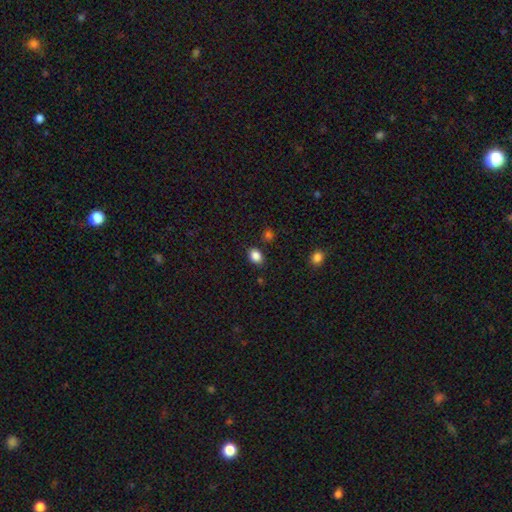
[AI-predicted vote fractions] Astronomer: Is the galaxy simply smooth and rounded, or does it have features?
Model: smooth — 86%.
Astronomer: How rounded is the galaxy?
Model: in between — 66%.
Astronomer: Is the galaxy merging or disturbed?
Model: none — 82%.